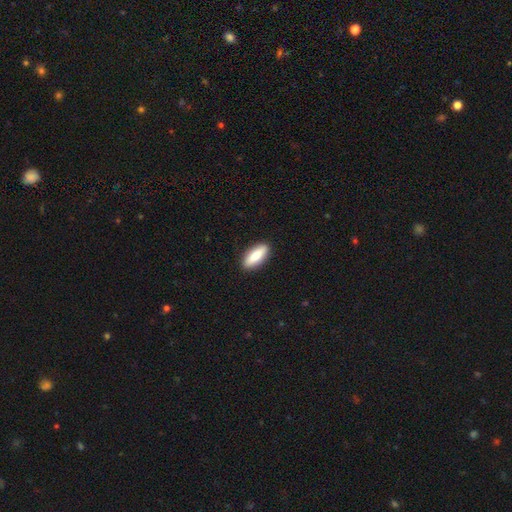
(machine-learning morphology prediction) A smooth galaxy with no disk features (83%) that is in between round and cigar-shaped (68%). Merging: none (90%).